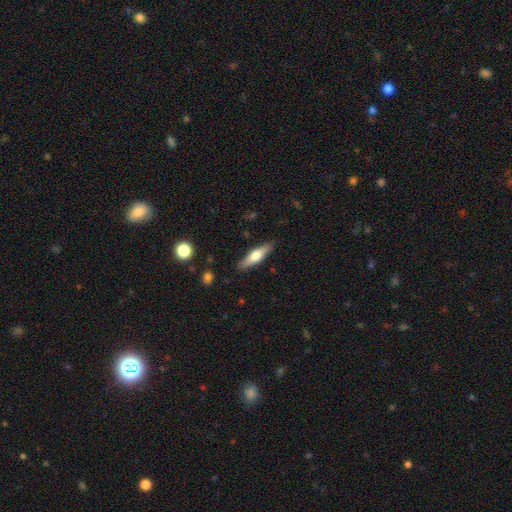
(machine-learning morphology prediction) Overall: featured or disk (48%; smooth 46%). Merging: none (88%).